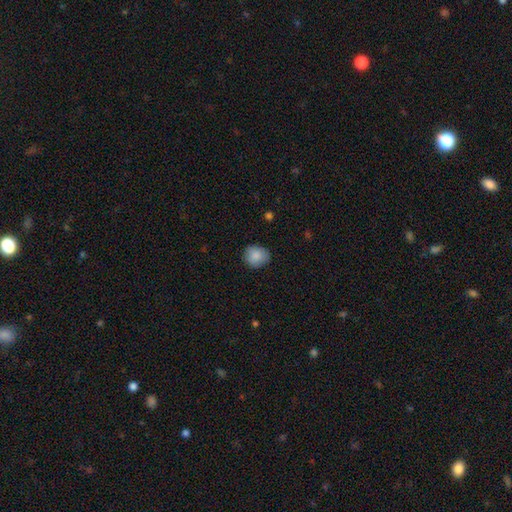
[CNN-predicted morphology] Smooth or featured?
  - smooth: 88% *
  - star or artifact: 8%
  - featured or disk: 5%
How rounded?
  - round: 77% *
  - in between: 22%
  - cigar-shaped: 1%
Merging?
  - none: 82% *
  - minor disturbance: 14%
  - major disturbance: 3%
  - merger: 1%